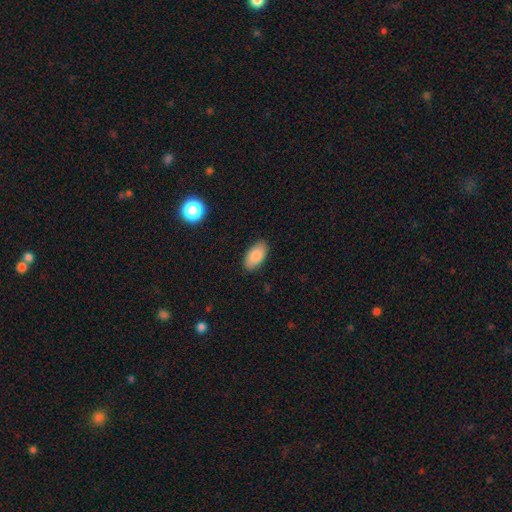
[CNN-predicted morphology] This appears to be a smooth galaxy with no disk features (87%) that is in between round and cigar-shaped (94%). Merging: none (87%).